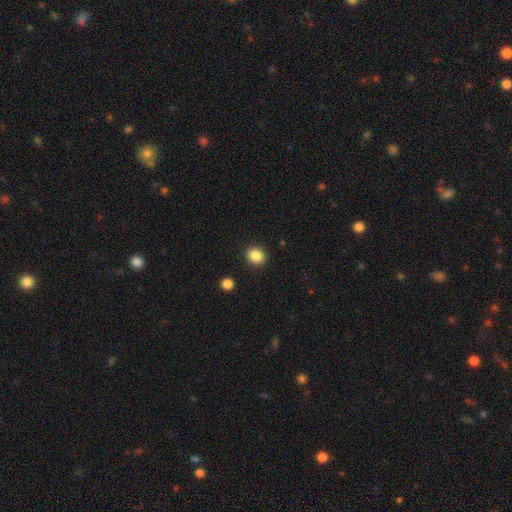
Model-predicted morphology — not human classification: Smooth or featured? smooth (86%)
How rounded? round (79%)
Merging? none (91%)